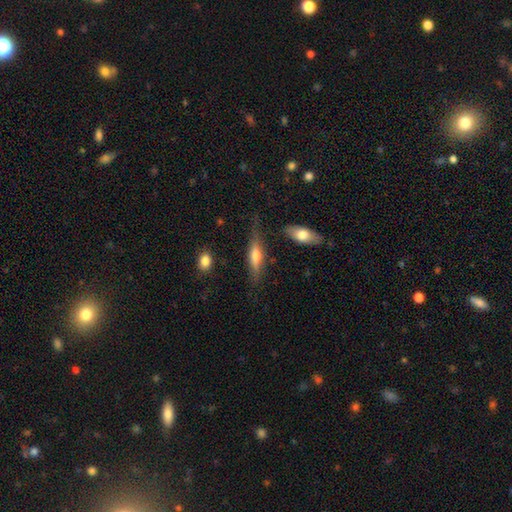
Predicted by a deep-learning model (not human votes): A smooth galaxy with no disk features (49%).

Vote fractions:
- Smooth or featured? smooth: 49% / featured or disk: 44% / star or artifact: 7%
- Merging? none: 71% / minor disturbance: 19% / major disturbance: 6% / merger: 4%